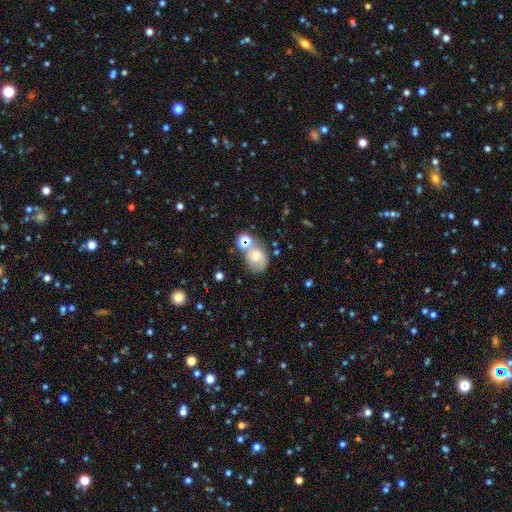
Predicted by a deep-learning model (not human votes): Smooth or featured? smooth (57%)
How rounded? in between (60%)
Merging? none (49%)